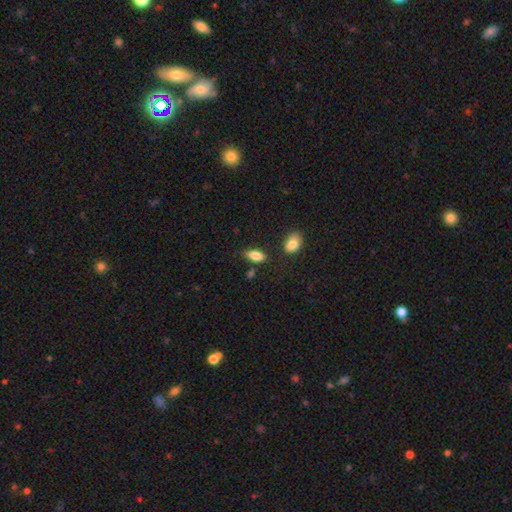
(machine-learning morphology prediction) smooth-or-featured: smooth: 83% | featured or disk: 10% | star or artifact: 7%
  how-rounded: in between: 86% | cigar-shaped: 11% | round: 4%
  merging: none: 70% | minor disturbance: 19% | merger: 6% | major disturbance: 5%